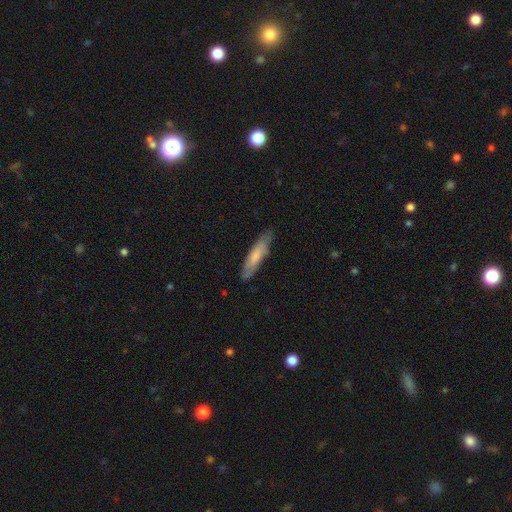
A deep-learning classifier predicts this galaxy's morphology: Smooth or featured? smooth (67%)
How rounded? cigar-shaped (76%)
Merging? none (78%)